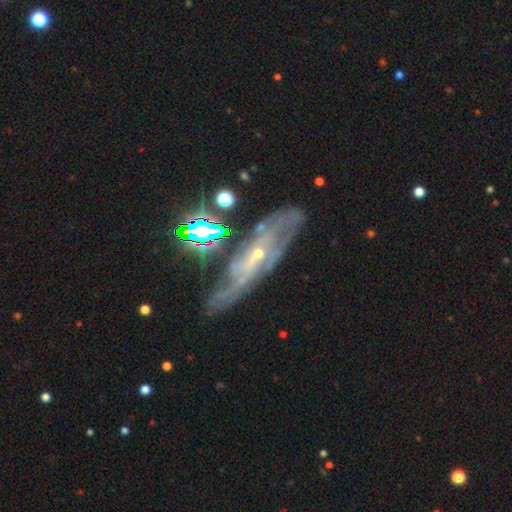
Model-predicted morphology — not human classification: Smooth or featured? featured or disk (80%)
Edge-on disk? no (82%)
Bar? no (53%)
Spiral arms? yes (88%)
Spiral winding? medium (41%)
Spiral arm count? 2 (42%)
Bulge size? small (75%)
Merging? none (56%)